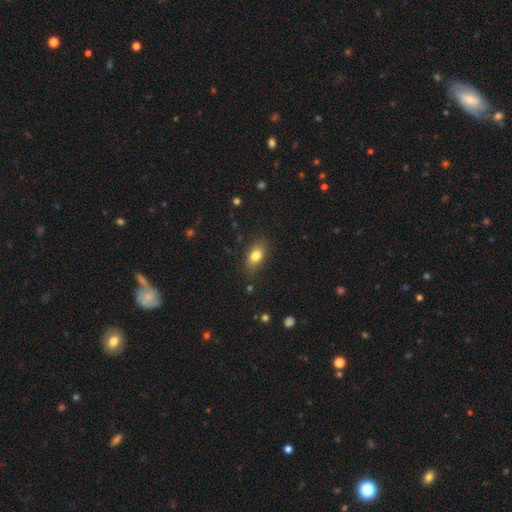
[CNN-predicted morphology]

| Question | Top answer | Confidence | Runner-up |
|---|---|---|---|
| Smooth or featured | smooth | 81% | featured or disk (10%) |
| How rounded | in between | 84% | round (12%) |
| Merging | none | 82% | minor disturbance (14%) |